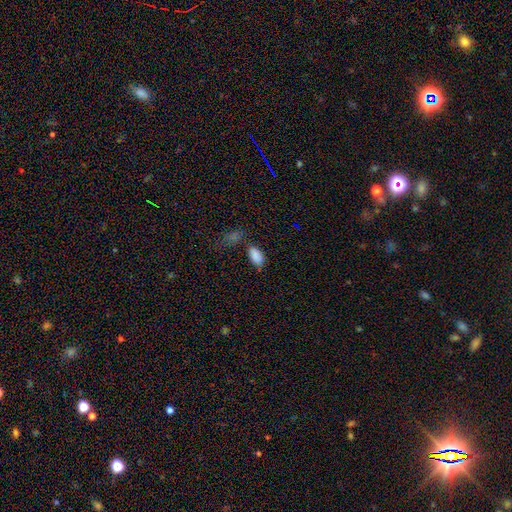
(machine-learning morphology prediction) A smooth galaxy with no disk features (87%) that is in between round and cigar-shaped (94%). Merging: none (68%).